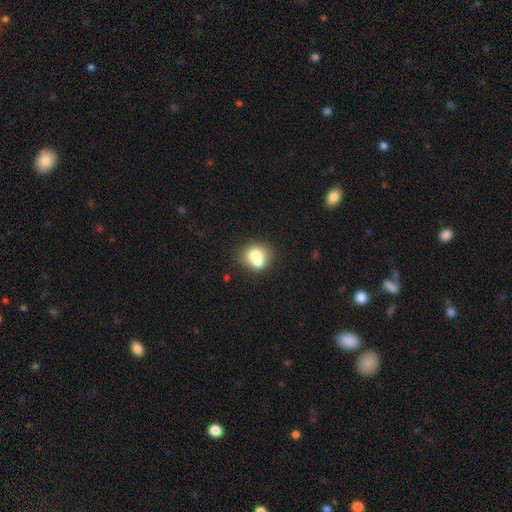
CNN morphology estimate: Smooth or featured? smooth (69%)
How rounded? round (74%)
Merging? merger (46%)